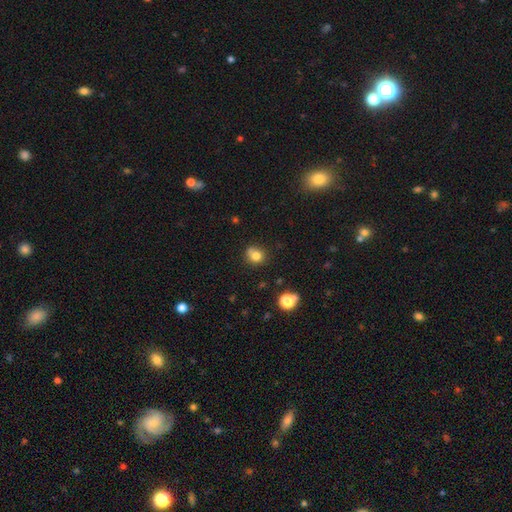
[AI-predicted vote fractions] Smooth or featured? Predicted: smooth (p=0.78). How rounded? Predicted: round (p=0.80). Merging? Predicted: none (p=0.61).